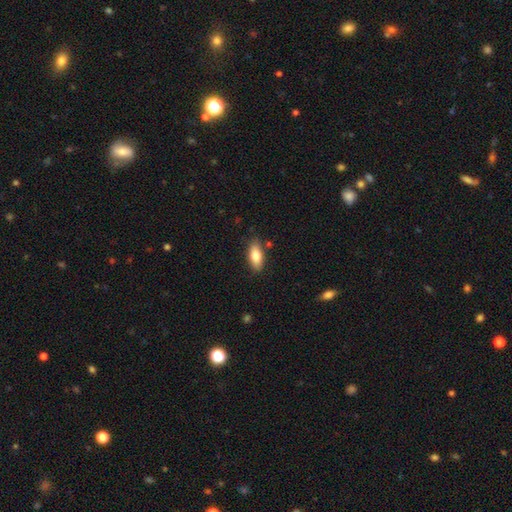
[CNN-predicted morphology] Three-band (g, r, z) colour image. It shows a smooth galaxy with no disk features (79%) that is in between round and cigar-shaped (82%). Merging: none (82%).